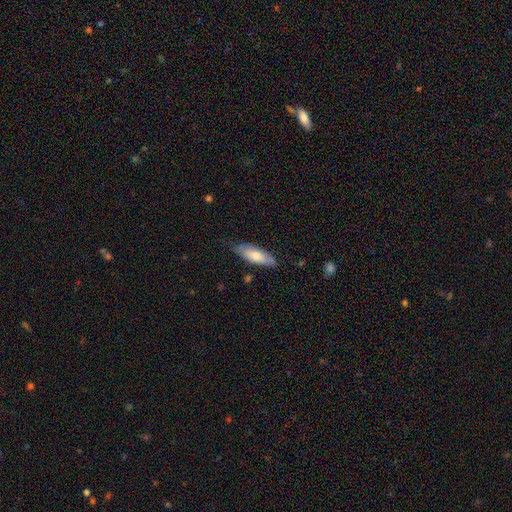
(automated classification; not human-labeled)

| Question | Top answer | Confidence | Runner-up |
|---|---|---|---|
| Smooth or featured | smooth | 71% | featured or disk (24%) |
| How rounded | in between | 60% | cigar-shaped (38%) |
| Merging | none | 69% | minor disturbance (25%) |